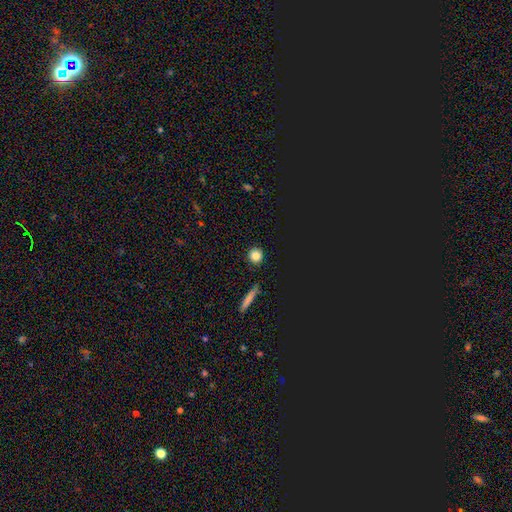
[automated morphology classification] smooth 80%, star or artifact 14%, featured or disk 6%. Down the decision tree: how rounded — round (92%); merging — none (91%).